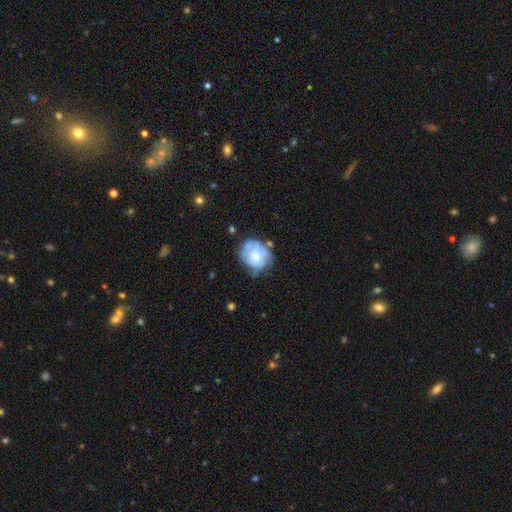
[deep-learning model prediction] Q: Smooth or featured?
A: featured or disk (47%); runner-up: smooth (45%)
Q: Merging?
A: none (49%); runner-up: minor disturbance (31%)